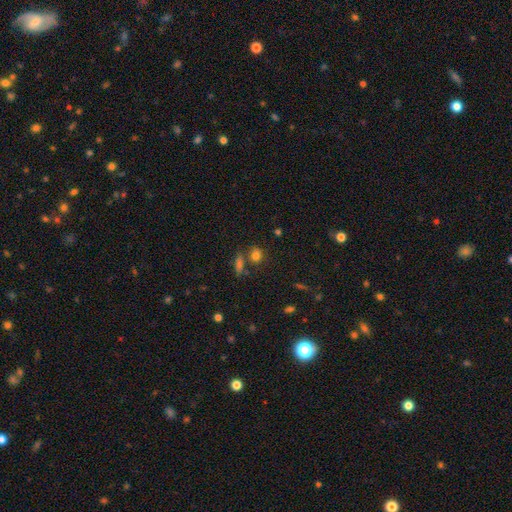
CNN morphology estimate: Smooth or featured: smooth — 77% (star or artifact — 15%)
How rounded: round — 64% (in between — 33%)
Merging: none — 66% (merger — 17%)